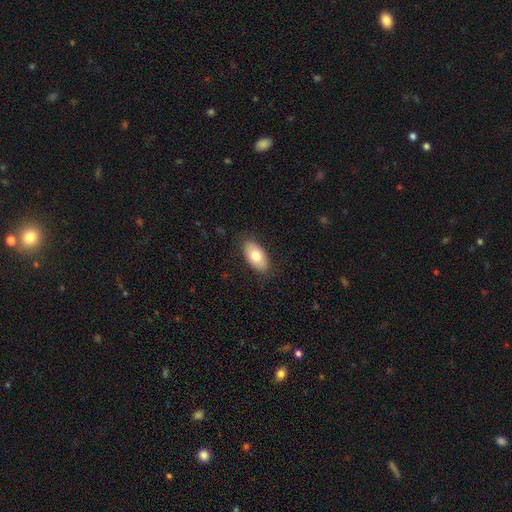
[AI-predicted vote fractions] A smooth galaxy with no disk features (74%) that is in between round and cigar-shaped (94%). Merging: none (85%).